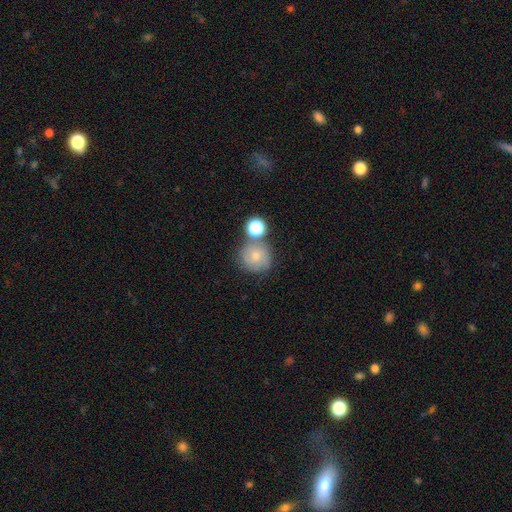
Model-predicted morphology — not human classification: A smooth galaxy with no disk features (62%) that is round (90%). Merging: none (60%).